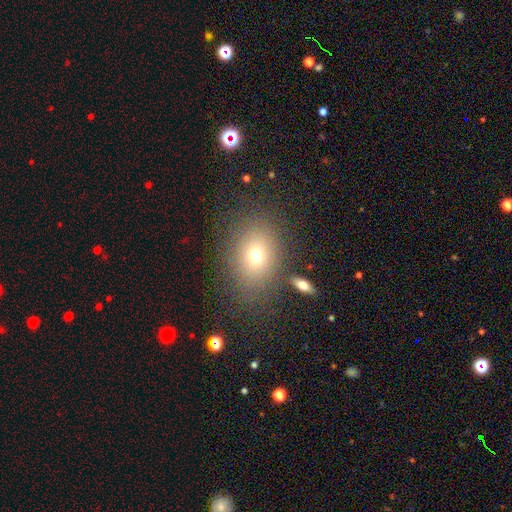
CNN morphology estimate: Smooth or featured? Predicted: smooth (p=0.69). How rounded? Predicted: in between (p=0.60). Merging? Predicted: none (p=0.79).